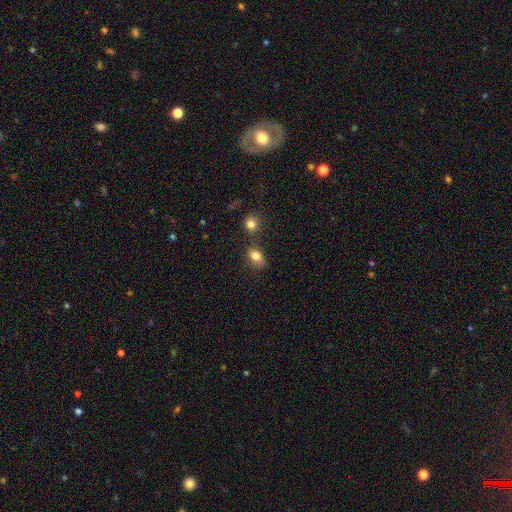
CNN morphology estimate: This appears to be a smooth galaxy with no disk features (81%) that is in between round and cigar-shaped (66%). Merging: none (57%).